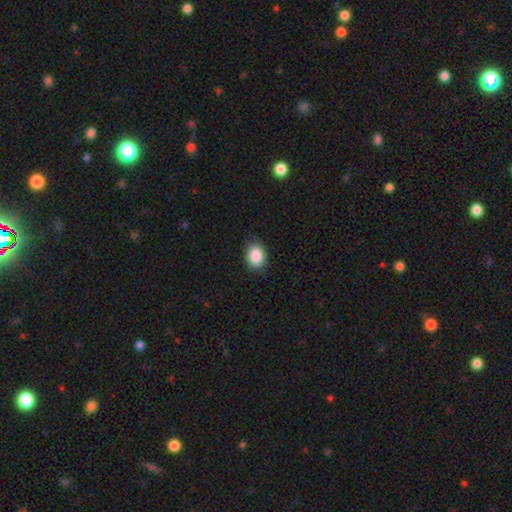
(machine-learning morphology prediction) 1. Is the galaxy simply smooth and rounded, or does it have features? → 88% smooth, 8% star or artifact, 4% featured or disk.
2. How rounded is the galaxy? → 71% in between, 28% round, 1% cigar-shaped.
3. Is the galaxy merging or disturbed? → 85% none, 12% minor disturbance, 2% major disturbance, 1% merger.